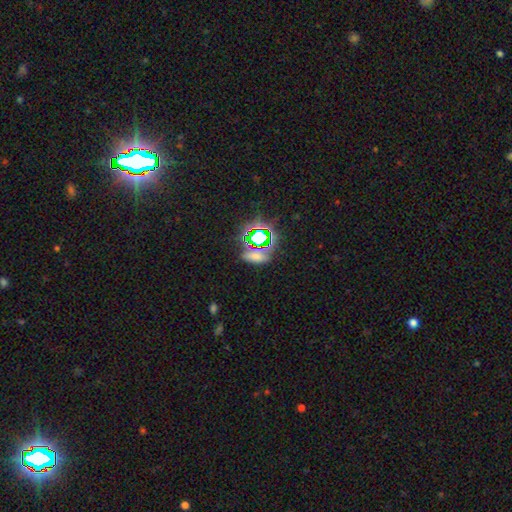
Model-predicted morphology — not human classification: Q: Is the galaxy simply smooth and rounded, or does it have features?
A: star or artifact — 59%.